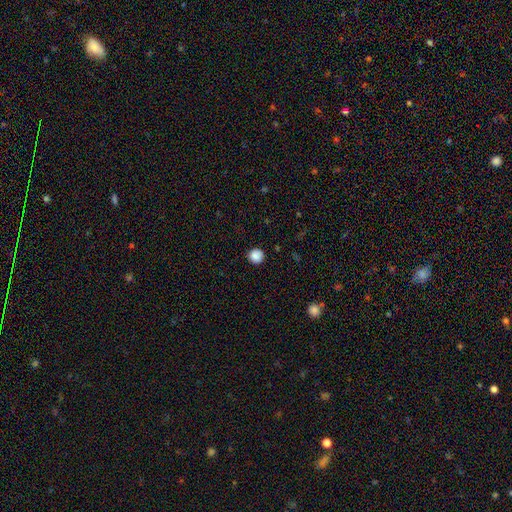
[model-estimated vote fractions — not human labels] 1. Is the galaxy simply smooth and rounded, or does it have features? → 87% smooth, 9% star or artifact, 4% featured or disk.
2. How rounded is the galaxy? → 94% round, 5% in between, 1% cigar-shaped.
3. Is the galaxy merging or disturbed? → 90% none, 7% minor disturbance, 2% major disturbance, 1% merger.